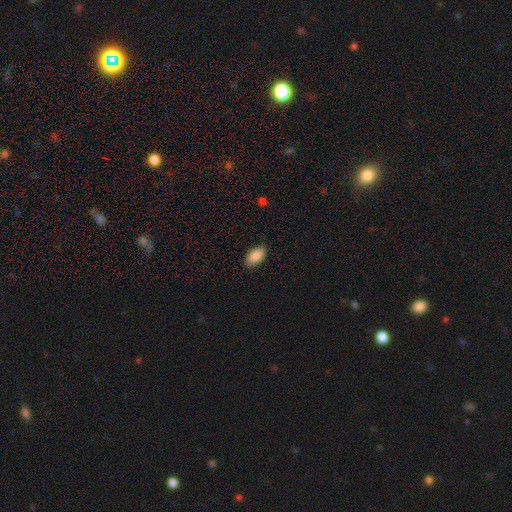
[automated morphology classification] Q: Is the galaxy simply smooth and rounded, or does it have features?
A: smooth — 89%.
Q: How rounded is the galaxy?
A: in between — 94%.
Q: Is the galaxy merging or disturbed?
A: none — 84%.